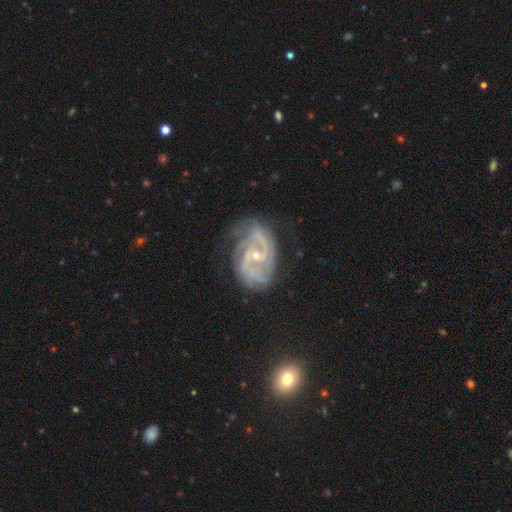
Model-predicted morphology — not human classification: A featured or disk galaxy (89%) with no bar (44%), 2 (60%) medium (50%) spiral arms (97%) and a small central bulge (69%). Merging: none (64%).